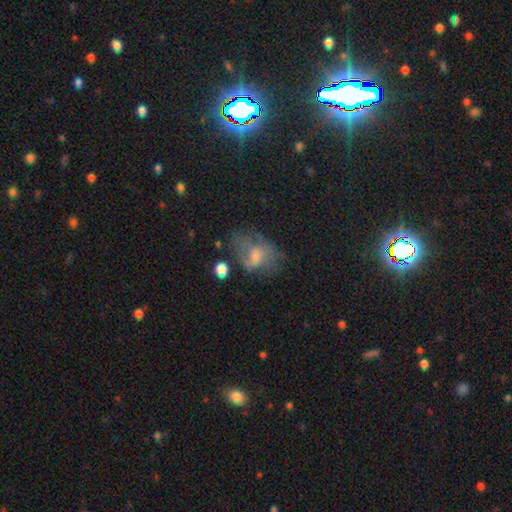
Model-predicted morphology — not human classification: smooth_or_featured: smooth (p=0.43) [alt: featured or disk p=0.39]
merging: none (p=0.41) [alt: major disturbance p=0.29]